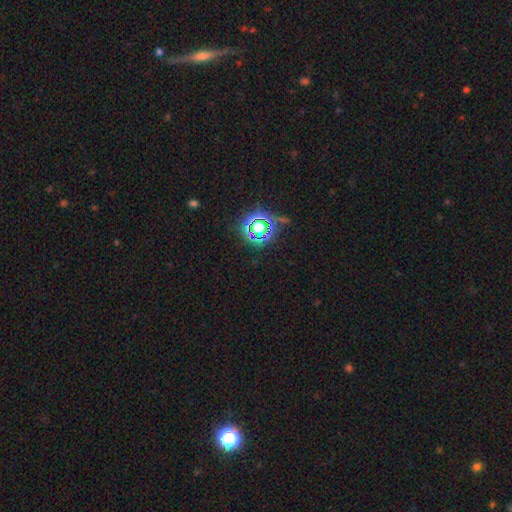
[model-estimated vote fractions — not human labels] Smooth or featured: star or artifact — 79% (smooth — 13%)